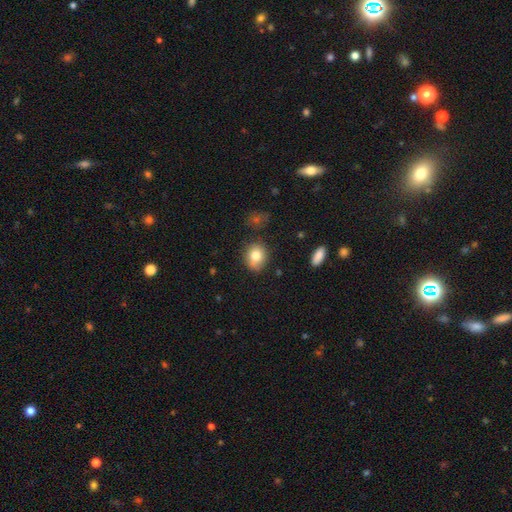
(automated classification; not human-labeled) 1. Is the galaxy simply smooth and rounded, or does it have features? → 80% smooth, 11% featured or disk, 9% star or artifact.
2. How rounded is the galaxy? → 57% round, 42% in between, 1% cigar-shaped.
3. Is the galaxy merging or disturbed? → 74% none, 18% minor disturbance, 4% major disturbance, 3% merger.